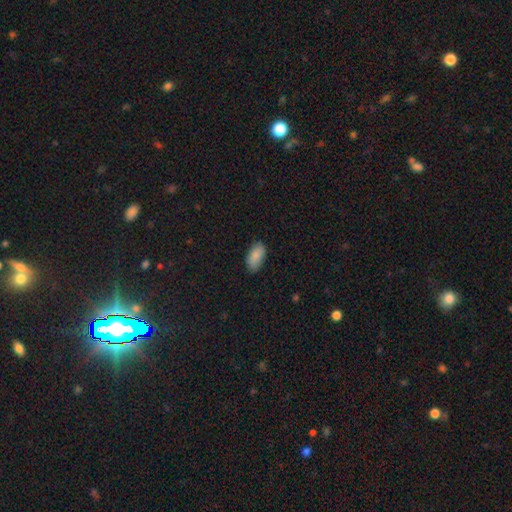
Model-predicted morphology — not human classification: A smooth galaxy with no disk features (88%) that is in between round and cigar-shaped (93%).

Vote fractions:
- Smooth or featured? smooth: 88% / star or artifact: 7% / featured or disk: 6%
- How rounded? in between: 93% / cigar-shaped: 4% / round: 3%
- Merging? none: 82% / minor disturbance: 14% / major disturbance: 3% / merger: 1%